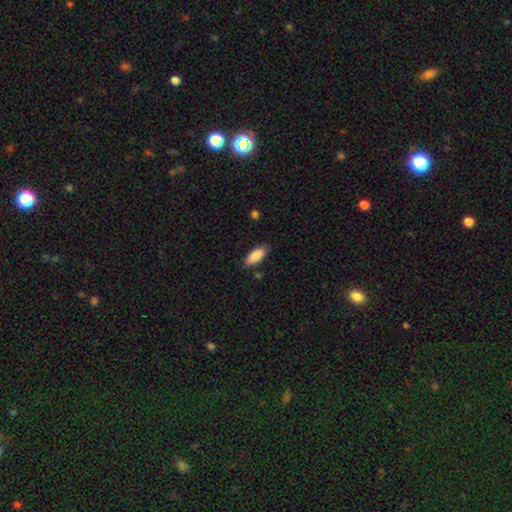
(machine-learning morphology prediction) Overall: smooth (87%). How rounded: in between (78%). Merging: none (82%).